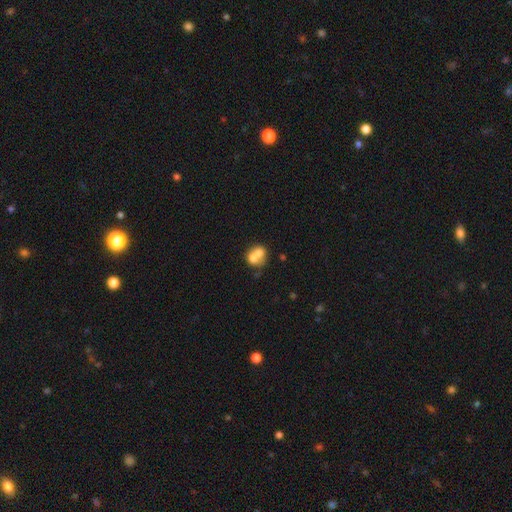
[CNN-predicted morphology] This is likely a smooth galaxy (64%). How rounded: likely round (63%). Merging: likely merger (67%).